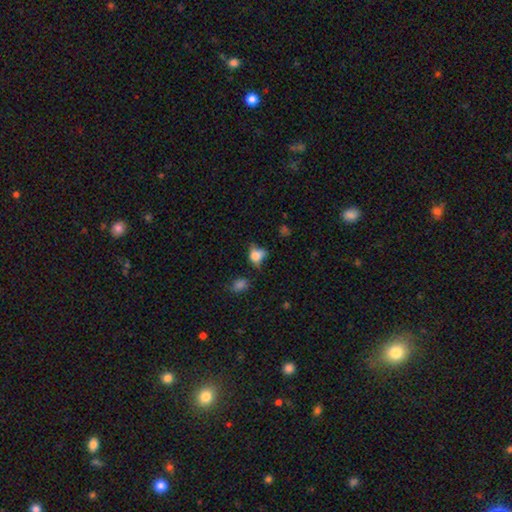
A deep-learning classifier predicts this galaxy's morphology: smooth-or-featured: smooth: 72% | featured or disk: 15% | star or artifact: 13%
  how-rounded: in between: 56% | round: 41% | cigar-shaped: 2%
  merging: none: 44% | minor disturbance: 32% | major disturbance: 18% | merger: 6%